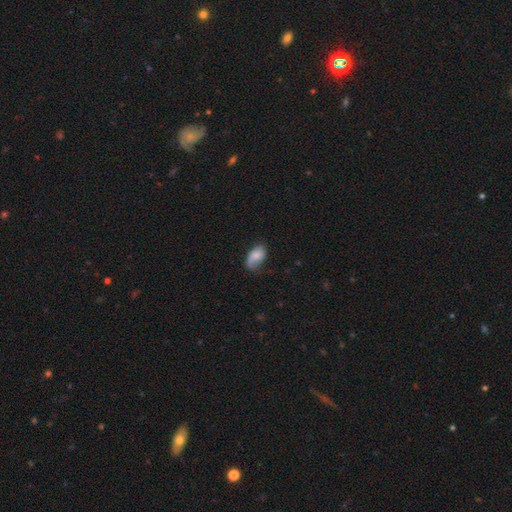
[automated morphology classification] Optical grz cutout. It shows a smooth galaxy with no disk features (67%) that is in between round and cigar-shaped (92%). Merging: none (47%).